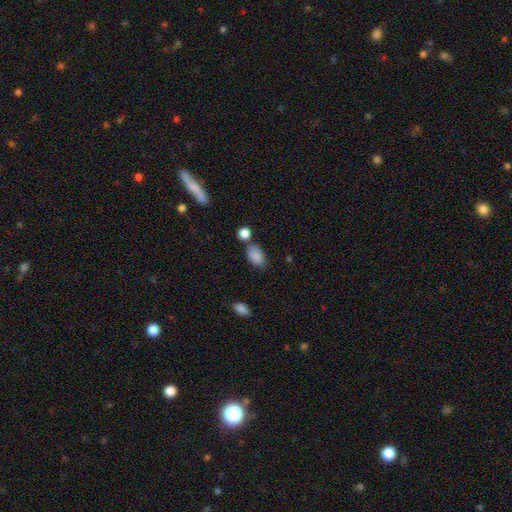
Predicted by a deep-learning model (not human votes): Overall: smooth (87%). How rounded: in between (90%). Merging: none (62%).